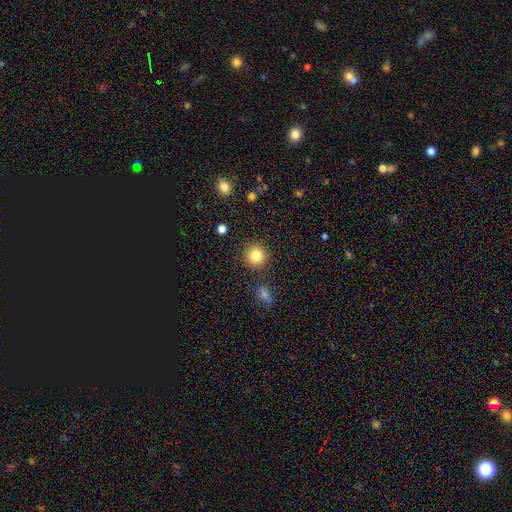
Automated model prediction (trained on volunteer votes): The model was most divided on "smooth or featured": smooth: 83%, star or artifact: 11%, featured or disk: 6%. More confident: how rounded — round (94%); merging — none (89%).